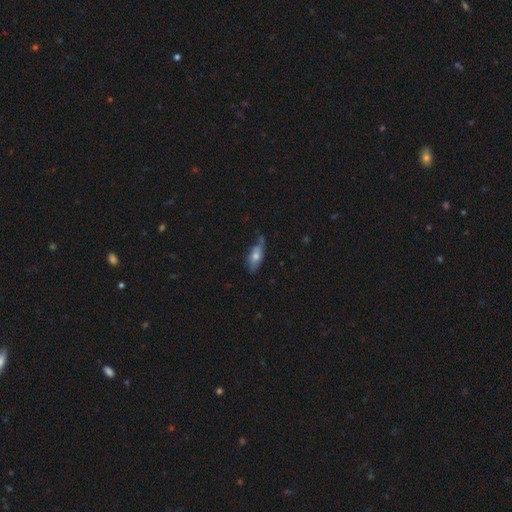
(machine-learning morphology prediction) Smooth or featured?
  - smooth: 52% *
  - featured or disk: 41%
  - star or artifact: 7%
How rounded?
  - in between: 61% *
  - cigar-shaped: 36%
  - round: 3%
Merging?
  - none: 58% *
  - minor disturbance: 30%
  - major disturbance: 8%
  - merger: 4%